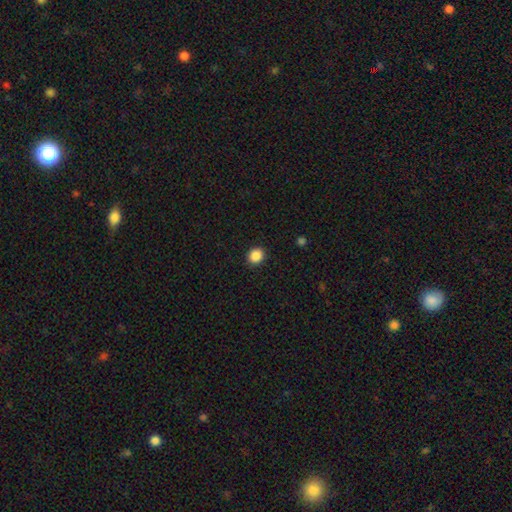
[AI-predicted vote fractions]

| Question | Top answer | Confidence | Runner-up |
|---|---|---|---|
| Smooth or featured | smooth | 87% | star or artifact (10%) |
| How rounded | round | 73% | in between (27%) |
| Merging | none | 91% | minor disturbance (6%) |